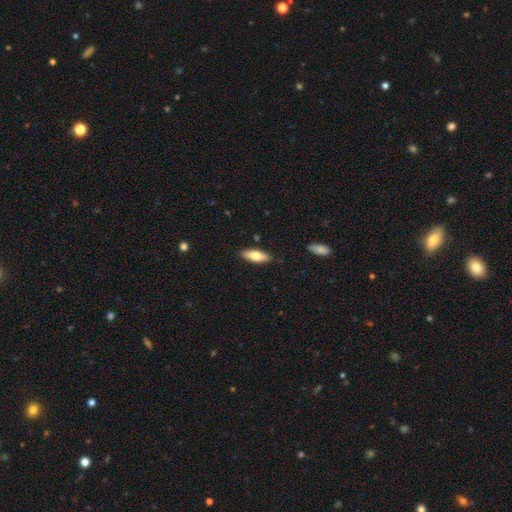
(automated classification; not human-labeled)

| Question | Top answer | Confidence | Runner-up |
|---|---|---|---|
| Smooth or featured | smooth | 71% | featured or disk (24%) |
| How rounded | in between | 63% | cigar-shaped (35%) |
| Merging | none | 86% | minor disturbance (10%) |